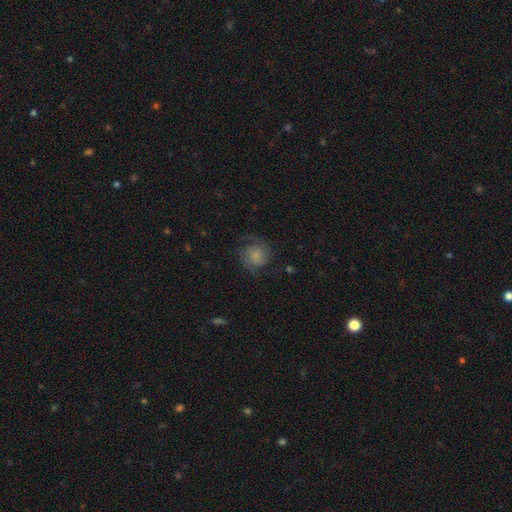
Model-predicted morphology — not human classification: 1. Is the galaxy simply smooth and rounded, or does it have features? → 61% featured or disk, 31% smooth, 9% star or artifact.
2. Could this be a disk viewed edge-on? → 98% no, 2% yes.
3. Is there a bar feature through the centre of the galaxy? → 73% no, 23% weak, 3% strong.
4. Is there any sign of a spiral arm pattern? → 92% yes, 8% no.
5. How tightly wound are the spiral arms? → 45% medium, 30% tight, 25% loose.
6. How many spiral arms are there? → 77% 2, 9% can't tell, 5% 1, 5% 3, 2% 4, 2% more than 4.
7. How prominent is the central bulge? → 43% small, 25% none, 21% moderate, 8% large, 3% dominant.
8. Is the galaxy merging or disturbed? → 66% none, 18% minor disturbance, 14% major disturbance, 1% merger.